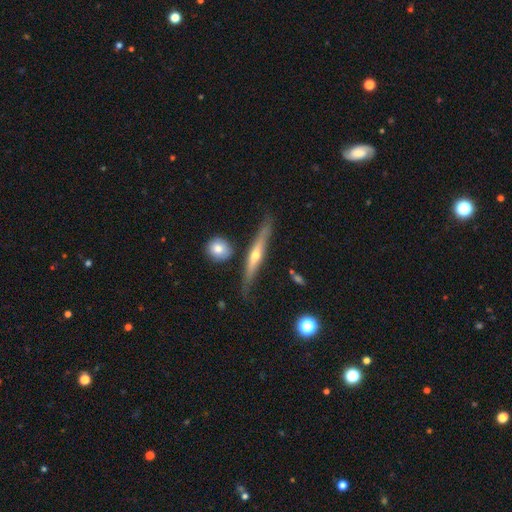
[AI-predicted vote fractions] Smooth or featured?
  - featured or disk: 70% *
  - smooth: 24%
  - star or artifact: 6%
Edge-on disk?
  - yes: 95% *
  - no: 5%
Edge-on bulge?
  - rounded: 88% *
  - none: 8%
  - boxy: 4%
Merging?
  - none: 78% *
  - minor disturbance: 15%
  - merger: 4%
  - major disturbance: 3%